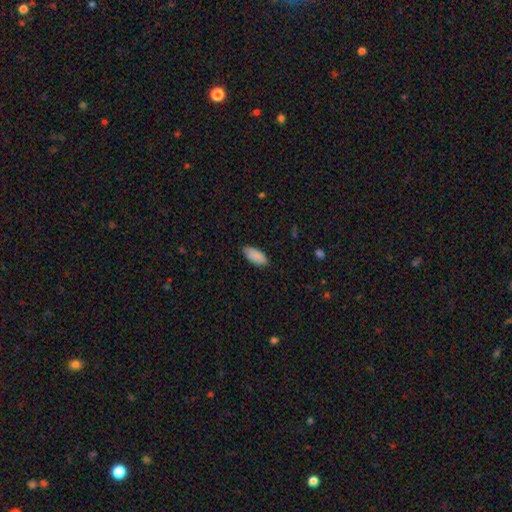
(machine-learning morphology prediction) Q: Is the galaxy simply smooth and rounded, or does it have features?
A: smooth — 89%.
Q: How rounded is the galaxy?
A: in between — 88%.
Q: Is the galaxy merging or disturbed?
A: none — 83%.